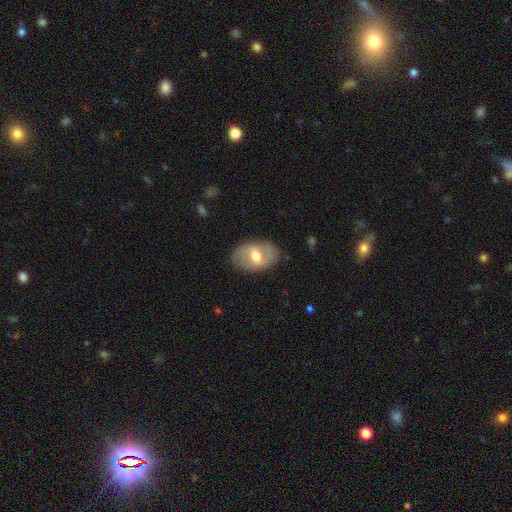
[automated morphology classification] A featured or disk galaxy (53%).

Vote fractions:
- Smooth or featured? featured or disk: 53% / smooth: 41% / star or artifact: 6%
- Edge-on disk? no: 93% / yes: 7%
- Merging? none: 83% / minor disturbance: 13% / major disturbance: 4% / merger: 1%